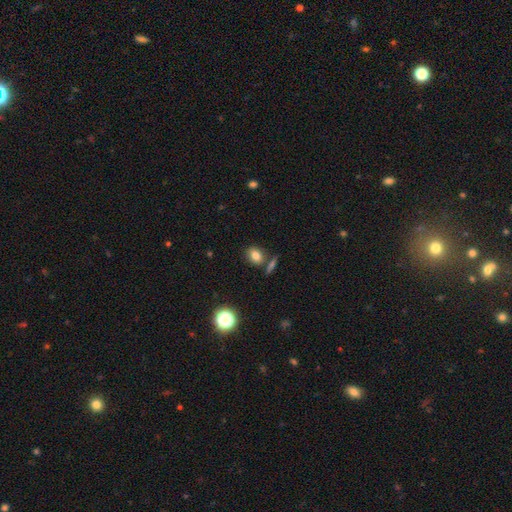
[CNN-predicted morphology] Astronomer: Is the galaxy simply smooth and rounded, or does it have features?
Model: smooth — 78%.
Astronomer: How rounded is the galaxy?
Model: in between — 60% (runner-up: round, 37%).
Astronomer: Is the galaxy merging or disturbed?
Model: none — 72%.